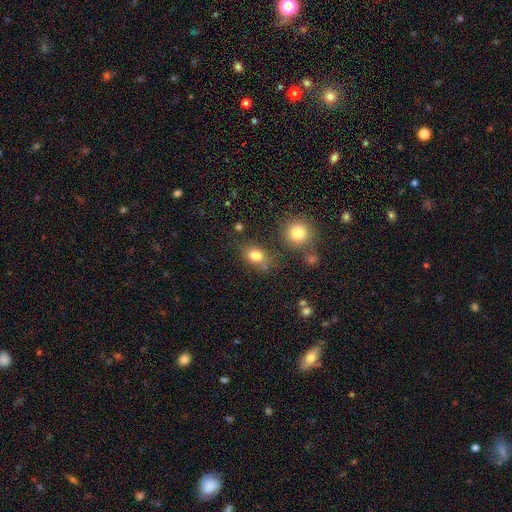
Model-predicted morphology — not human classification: smooth_or_featured: smooth (p=0.80) [alt: star or artifact p=0.12]
how_rounded: in between (p=0.62) [alt: round p=0.37]
merging: none (p=0.68) [alt: minor disturbance p=0.17]